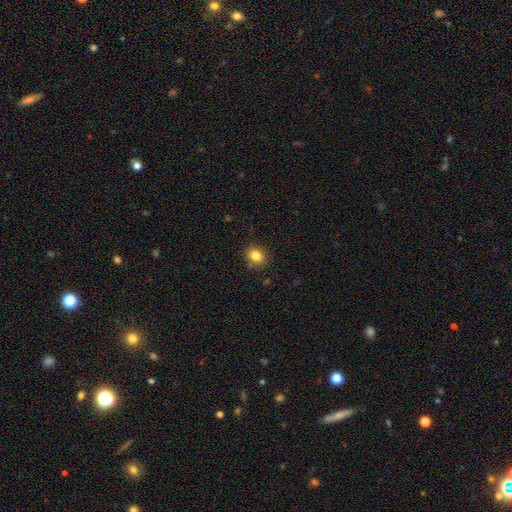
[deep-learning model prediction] This is clearly a smooth galaxy (83%). How rounded: possibly in between (53%). Merging: clearly none (87%).